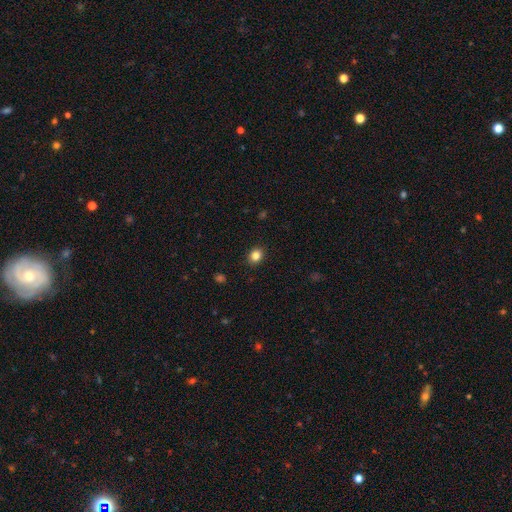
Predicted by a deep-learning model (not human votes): Smooth or featured?
  - smooth: 84% *
  - star or artifact: 11%
  - featured or disk: 5%
How rounded?
  - round: 62% *
  - in between: 37%
  - cigar-shaped: 1%
Merging?
  - none: 90% *
  - minor disturbance: 7%
  - major disturbance: 2%
  - merger: 1%